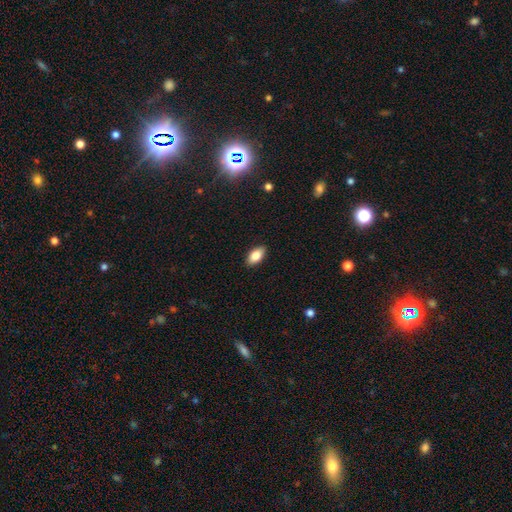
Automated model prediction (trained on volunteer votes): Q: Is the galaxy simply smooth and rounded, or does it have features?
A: smooth — 82%.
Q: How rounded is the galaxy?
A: in between — 91%.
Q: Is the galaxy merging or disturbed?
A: none — 90%.